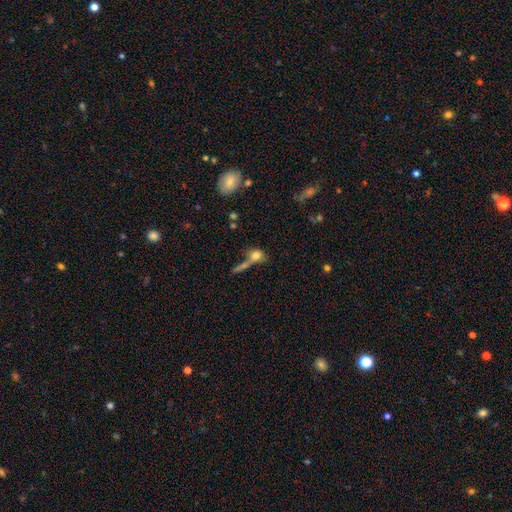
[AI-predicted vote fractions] Morphology: type=smooth (70%); roundness=round (46%); merging=none (37%).